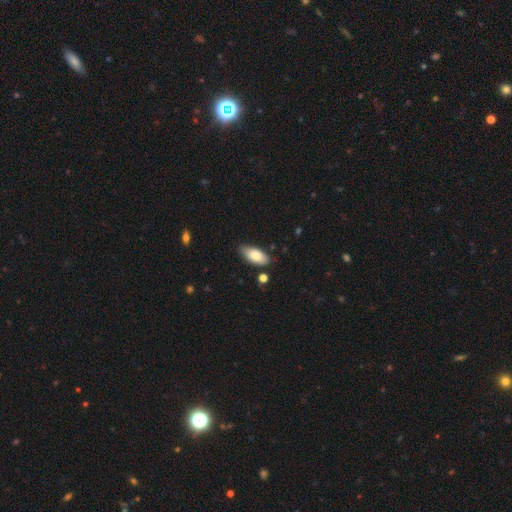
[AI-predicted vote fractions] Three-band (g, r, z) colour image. It shows a smooth galaxy with no disk features (80%) that is in between round and cigar-shaped (90%). Merging: none (79%).